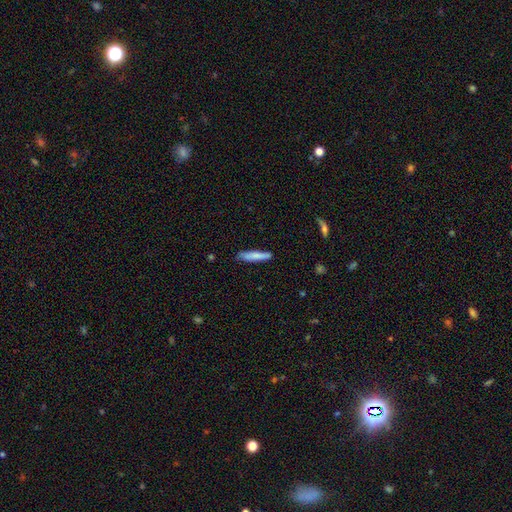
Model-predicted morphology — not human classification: This appears to be a smooth galaxy with no disk features (77%) that is cigar-shaped (87%). Merging: none (79%).